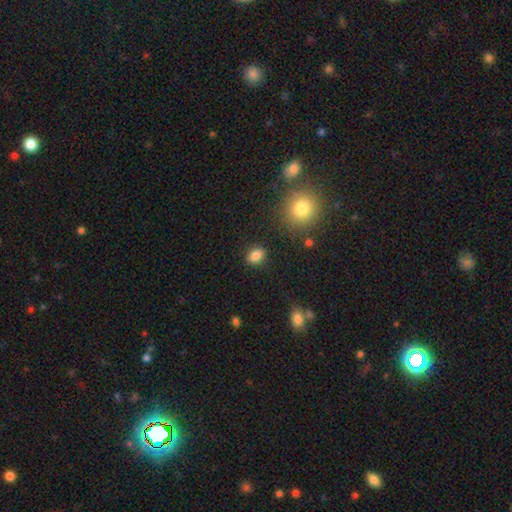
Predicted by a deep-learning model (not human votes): A smooth galaxy with no disk features (84%) that is in between round and cigar-shaped (63%).

Vote fractions:
- Smooth or featured? smooth: 84% / star or artifact: 11% / featured or disk: 5%
- How rounded? in between: 63% / round: 35% / cigar-shaped: 2%
- Merging? none: 86% / minor disturbance: 9% / major disturbance: 3% / merger: 2%